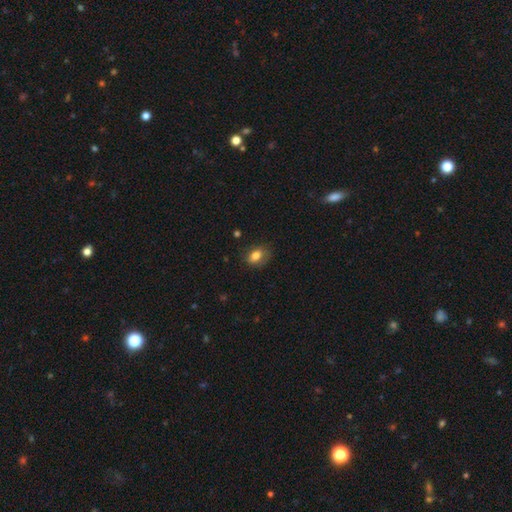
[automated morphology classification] Q: Smooth or featured?
A: smooth (78%); runner-up: featured or disk (14%)
Q: How rounded?
A: in between (77%); runner-up: round (21%)
Q: Merging?
A: none (68%); runner-up: minor disturbance (23%)